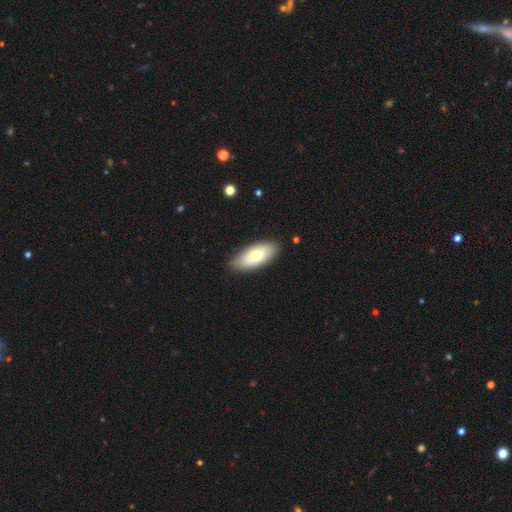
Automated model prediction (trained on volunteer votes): Smooth or featured: smooth — 73% (featured or disk — 21%)
How rounded: in between — 89% (cigar-shaped — 9%)
Merging: none — 84% (minor disturbance — 13%)